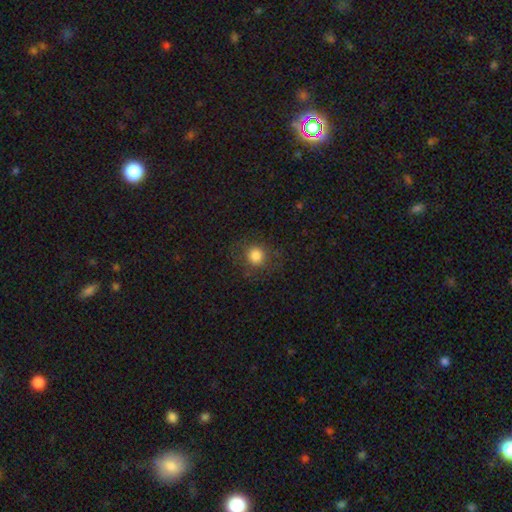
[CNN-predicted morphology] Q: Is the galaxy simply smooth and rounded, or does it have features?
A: smooth — 82%.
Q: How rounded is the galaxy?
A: round — 90%.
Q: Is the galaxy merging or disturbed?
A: none — 84%.